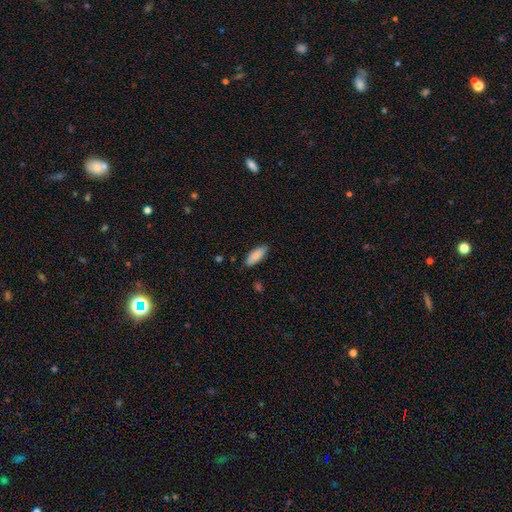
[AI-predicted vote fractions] Q: Smooth or featured?
A: smooth (87%); runner-up: featured or disk (7%)
Q: How rounded?
A: in between (73%); runner-up: cigar-shaped (25%)
Q: Merging?
A: none (86%); runner-up: minor disturbance (11%)